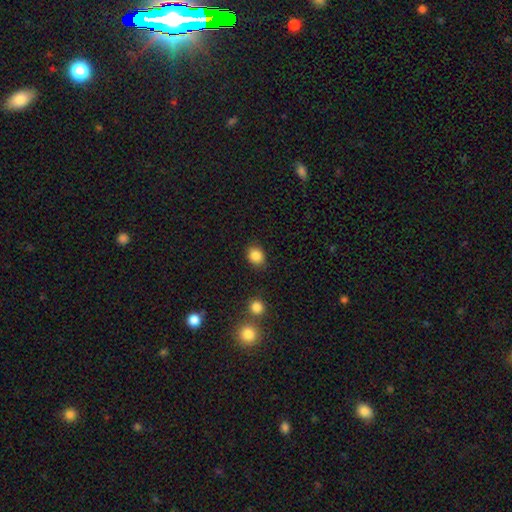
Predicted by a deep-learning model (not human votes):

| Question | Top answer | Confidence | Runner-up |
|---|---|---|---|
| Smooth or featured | smooth | 86% | star or artifact (10%) |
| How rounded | round | 63% | in between (36%) |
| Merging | none | 85% | minor disturbance (10%) |